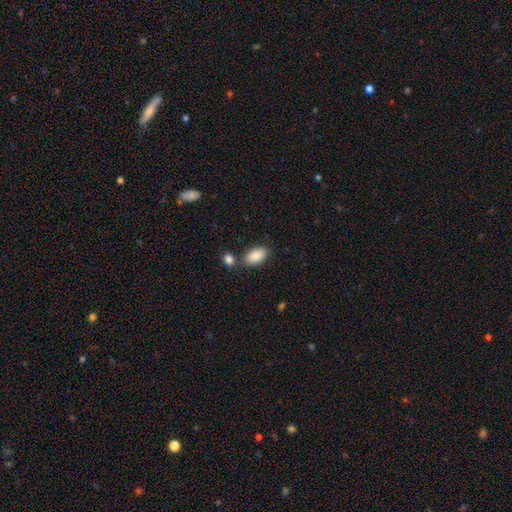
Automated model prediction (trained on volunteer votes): Smooth or featured? Predicted: smooth (p=0.89). How rounded? Predicted: in between (p=0.94). Merging? Predicted: none (p=0.71).